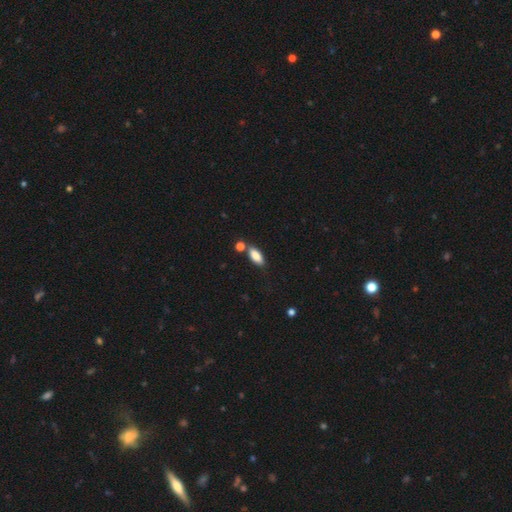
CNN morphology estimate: Overall: smooth (85%). How rounded: in between (83%). Merging: none (71%).